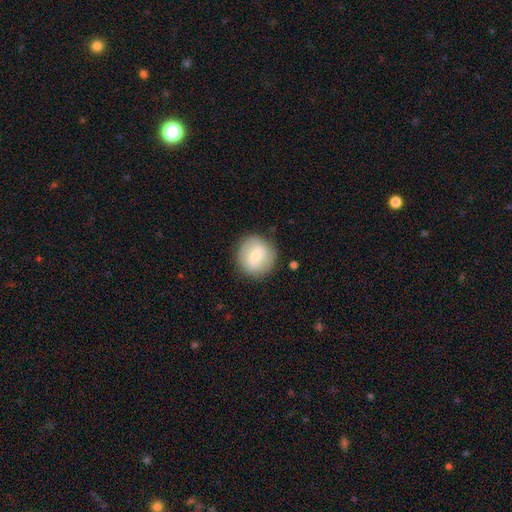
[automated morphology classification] A smooth galaxy with no disk features (55%) that is round (90%).

Vote fractions:
- Smooth or featured? smooth: 55% / featured or disk: 38% / star or artifact: 7%
- How rounded? round: 90% / in between: 9% / cigar-shaped: 1%
- Merging? none: 84% / minor disturbance: 11% / major disturbance: 4% / merger: 1%